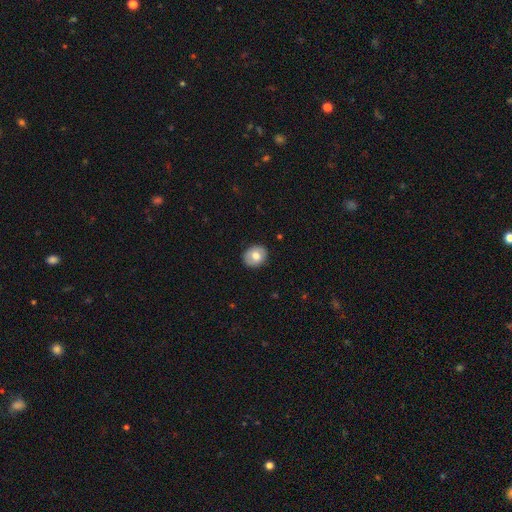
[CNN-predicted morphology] A smooth galaxy with no disk features (74%) that is round (63%).

Vote fractions:
- Smooth or featured? smooth: 74% / featured or disk: 19% / star or artifact: 7%
- How rounded? round: 63% / in between: 36% / cigar-shaped: 1%
- Merging? none: 87% / minor disturbance: 10% / major disturbance: 2% / merger: 1%